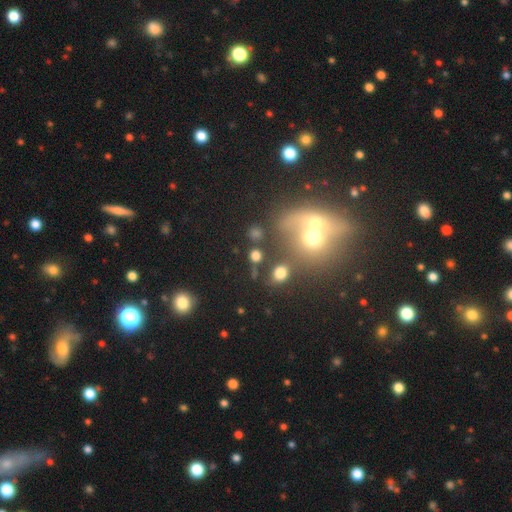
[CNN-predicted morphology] Smooth or featured?
  - smooth: 71% *
  - star or artifact: 19%
  - featured or disk: 10%
How rounded?
  - round: 73% *
  - in between: 24%
  - cigar-shaped: 2%
Merging?
  - none: 62% *
  - merger: 21%
  - minor disturbance: 10%
  - major disturbance: 7%